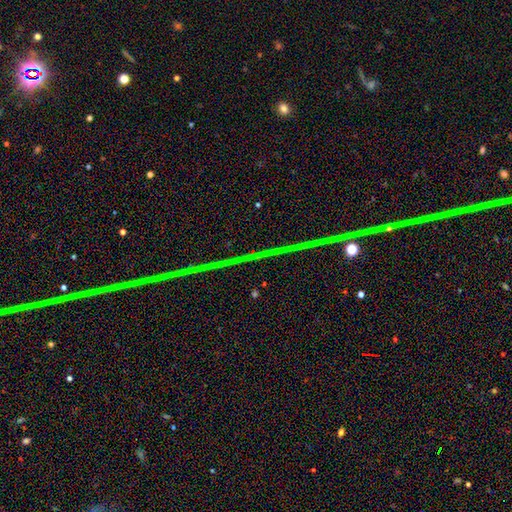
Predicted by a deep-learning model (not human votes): star or artifact 89%, featured or disk 6%, smooth 5%.